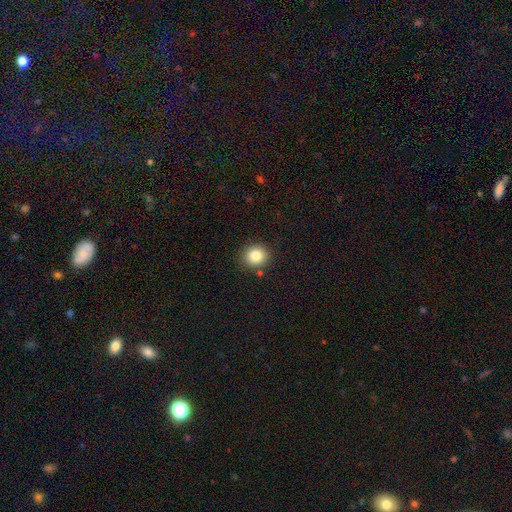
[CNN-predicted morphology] A smooth galaxy with no disk features (82%) that is round (84%). Merging: none (87%).